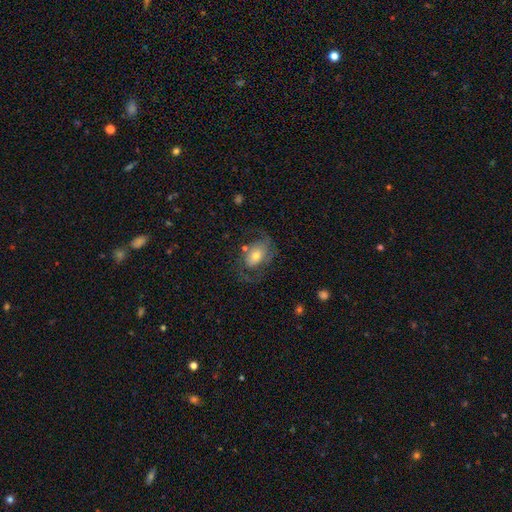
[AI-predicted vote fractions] featured or disk 55%, smooth 37%, star or artifact 8%. Down the decision tree: edge-on disk — no (95%); bar — no (60%); spiral arms — yes (78%); bulge size — moderate (53%); merging — none (51%).